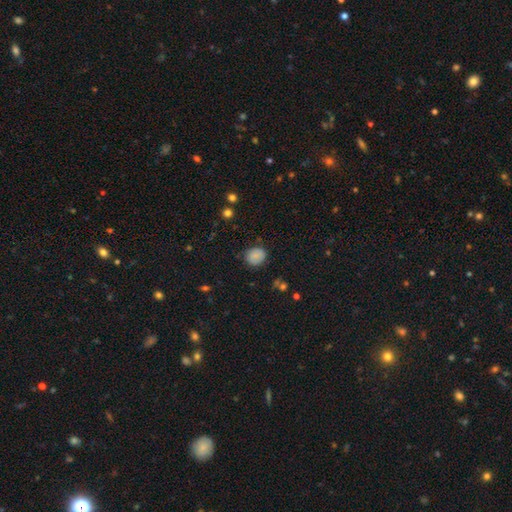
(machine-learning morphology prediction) Smooth or featured? Predicted: smooth (p=0.82). How rounded? Predicted: round (p=0.74). Merging? Predicted: none (p=0.79).